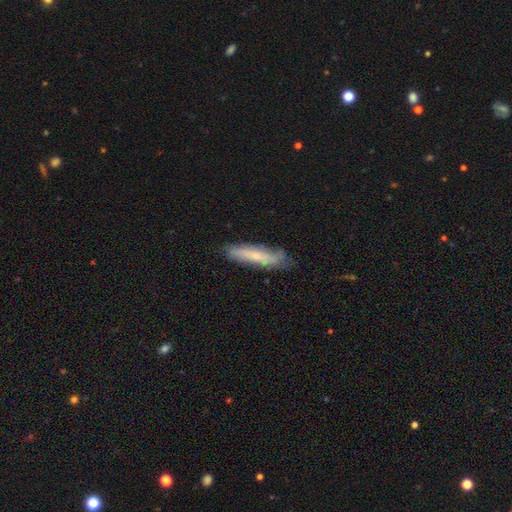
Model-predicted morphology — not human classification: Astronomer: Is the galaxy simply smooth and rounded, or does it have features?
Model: smooth — 52% (runner-up: featured or disk, 41%).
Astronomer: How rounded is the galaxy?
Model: cigar-shaped — 80%.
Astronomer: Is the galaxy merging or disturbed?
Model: none — 72%.